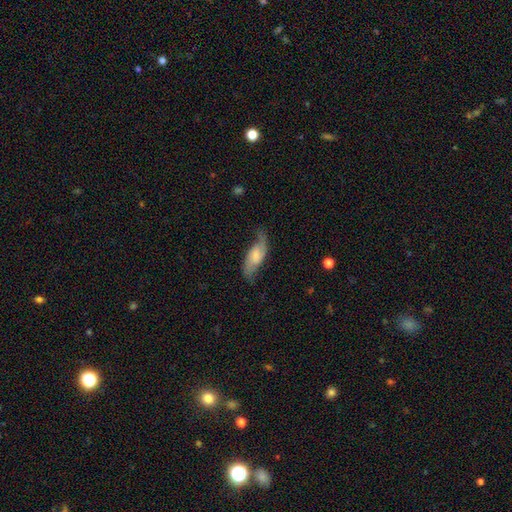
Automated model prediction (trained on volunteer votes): featured or disk 66%, smooth 27%, star or artifact 6%. Down the decision tree: edge-on disk — no (90%); bar — no (44%); spiral arms — yes (92%); spiral arm count — 2 (89%); spiral winding — loose (64%); bulge size — small (35%); merging — none (66%).